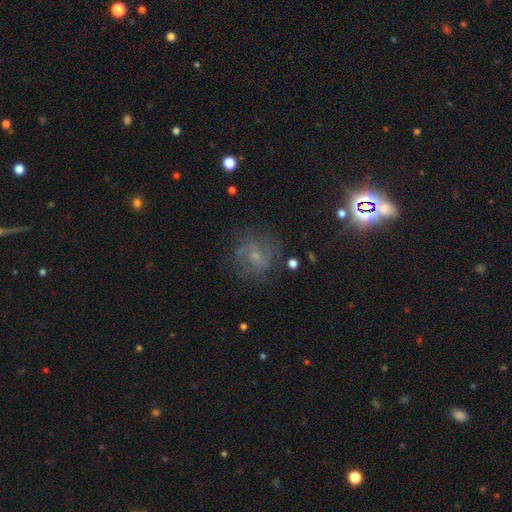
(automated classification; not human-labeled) Smooth or featured? Predicted: featured or disk (p=0.58). Edge-on disk? Predicted: no (p=0.97). Bar? Predicted: no (p=0.58). Spiral arms? Predicted: yes (p=0.85). Bulge size? Predicted: small (p=0.56). Merging? Predicted: none (p=0.71).